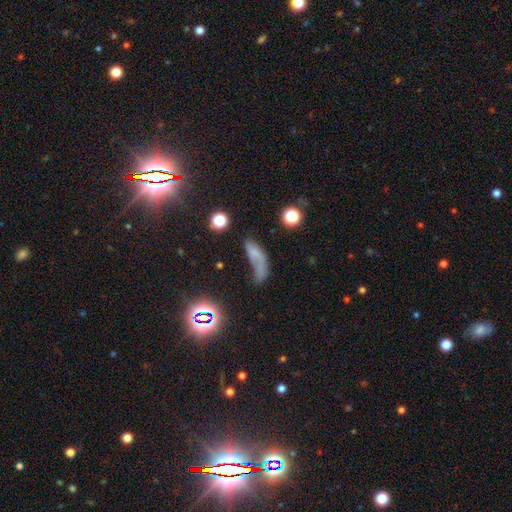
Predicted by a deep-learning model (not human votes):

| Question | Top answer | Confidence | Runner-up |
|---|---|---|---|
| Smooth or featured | smooth | 49% | featured or disk (29%) |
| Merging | major disturbance | 33% | none (28%) |